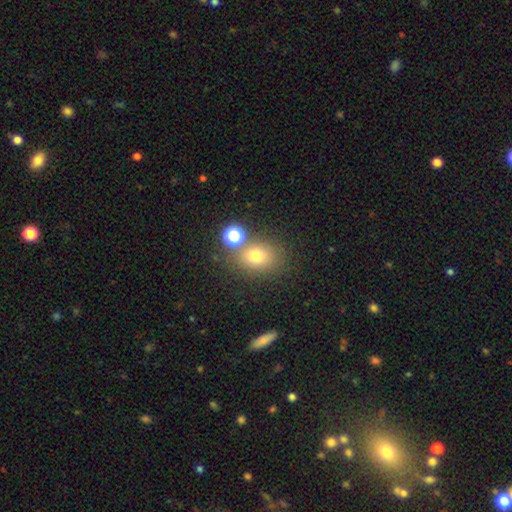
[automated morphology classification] Overall: smooth (73%). How rounded: in between (50%; round 49%). Merging: none (66%).